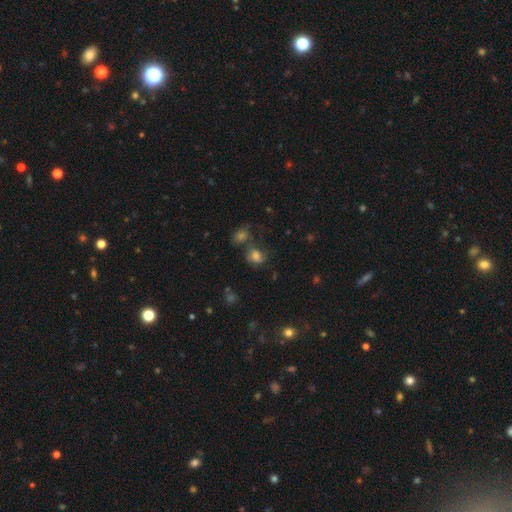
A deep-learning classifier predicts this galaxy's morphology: The model was most divided on "merging": none: 39%, merger: 31%, minor disturbance: 17%, major disturbance: 13%. More confident: smooth or featured — smooth (58%); how rounded — in between (57%).